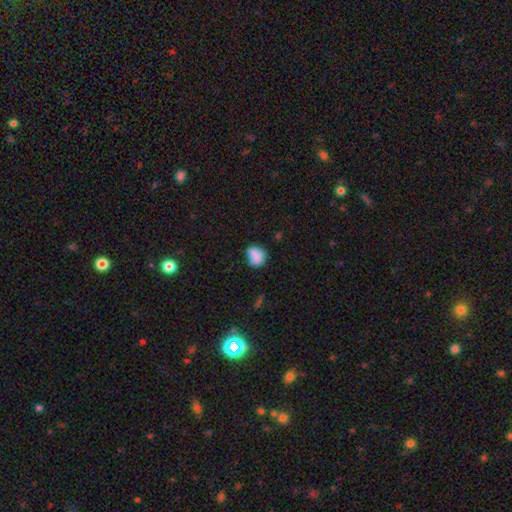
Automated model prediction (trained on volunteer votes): smooth-or-featured: smooth: 76% | featured or disk: 14% | star or artifact: 9%
  how-rounded: round: 56% | in between: 42% | cigar-shaped: 1%
  merging: none: 41% | merger: 25% | minor disturbance: 23% | major disturbance: 10%